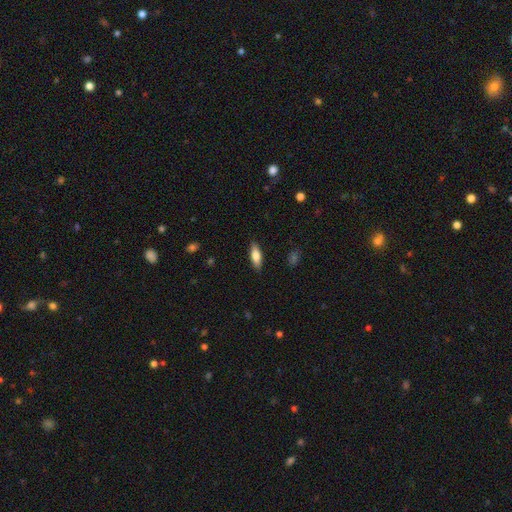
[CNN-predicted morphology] Q: Smooth or featured?
A: smooth (74%); runner-up: featured or disk (20%)
Q: How rounded?
A: in between (63%); runner-up: cigar-shaped (35%)
Q: Merging?
A: none (88%); runner-up: minor disturbance (9%)